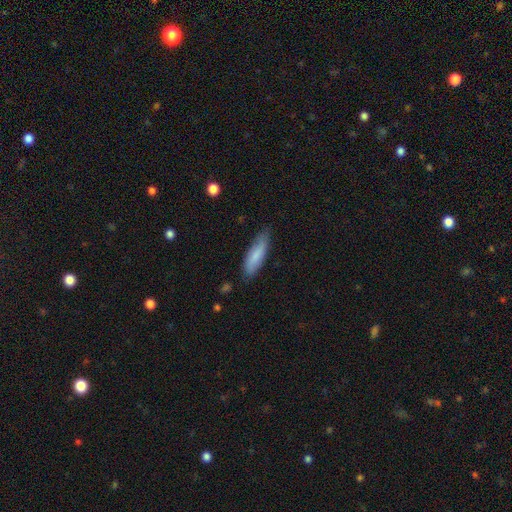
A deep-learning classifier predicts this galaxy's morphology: Smooth or featured? smooth (78%)
How rounded? cigar-shaped (55%)
Merging? none (75%)